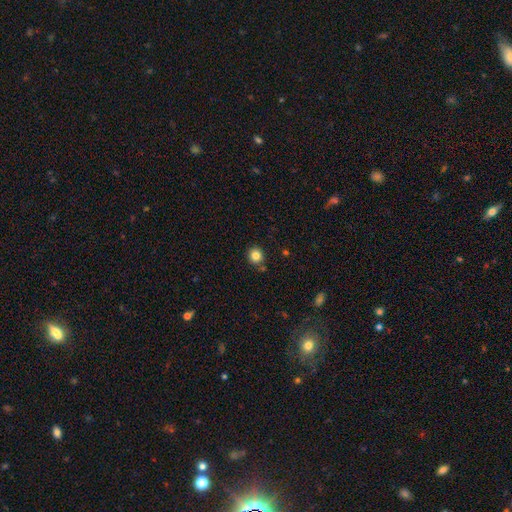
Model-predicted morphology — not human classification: Overall: smooth (83%). How rounded: round (89%). Merging: none (85%).